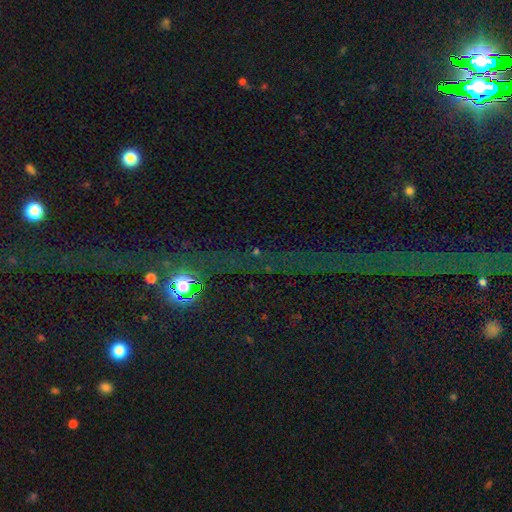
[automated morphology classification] Smooth or featured: star or artifact — 80% (featured or disk — 11%)